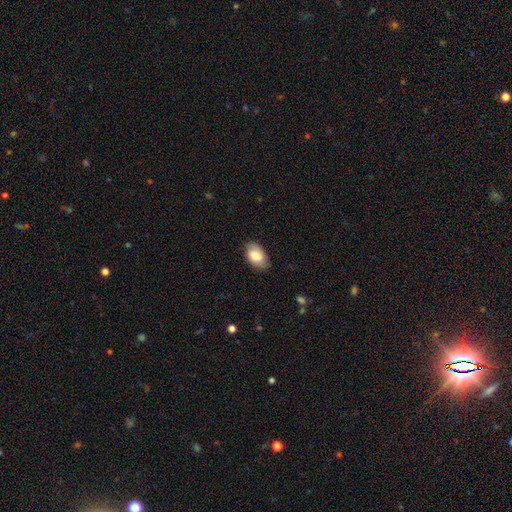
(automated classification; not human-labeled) This is clearly a smooth galaxy (82%). How rounded: clearly in between (93%). Merging: clearly none (81%).